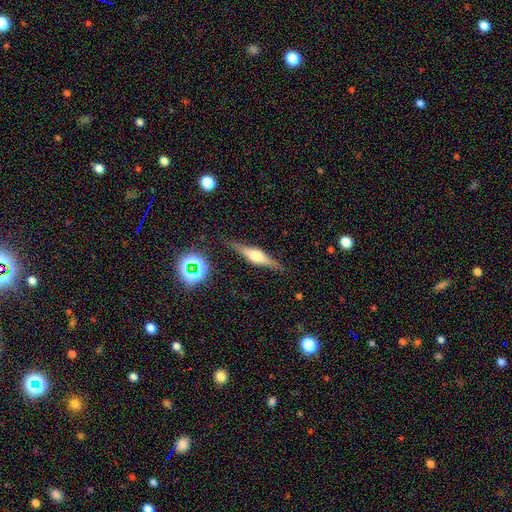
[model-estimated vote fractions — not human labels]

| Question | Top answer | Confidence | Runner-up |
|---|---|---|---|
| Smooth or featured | featured or disk | 67% | smooth (24%) |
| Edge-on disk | yes | 96% | no (4%) |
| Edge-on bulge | rounded | 84% | boxy (13%) |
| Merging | none | 84% | minor disturbance (11%) |